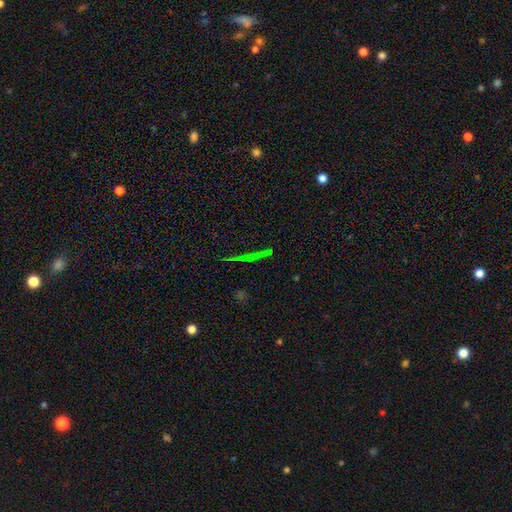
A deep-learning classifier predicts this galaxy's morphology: A star or artifact, not a galaxy (48%).